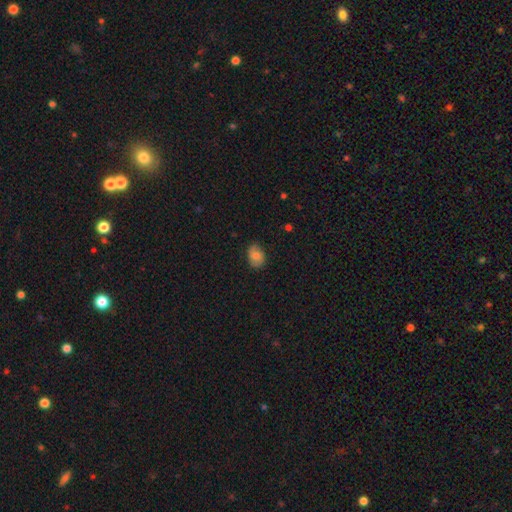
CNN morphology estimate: This appears to be a smooth galaxy with no disk features (68%) that is in between round and cigar-shaped (75%). Merging: none (79%).